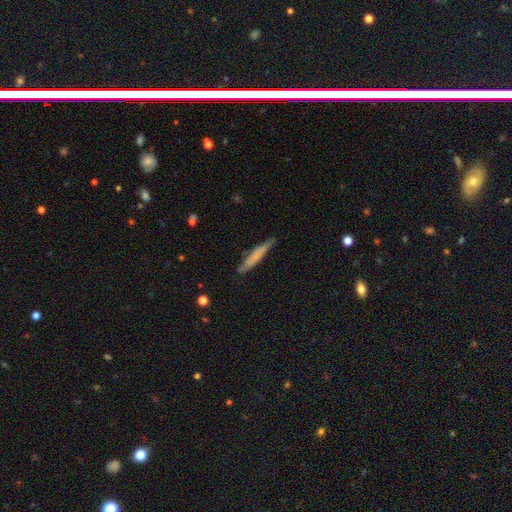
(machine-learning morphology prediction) The model was most divided on "smooth or featured": smooth: 64%, featured or disk: 29%, star or artifact: 6%. More confident: how rounded — cigar-shaped (93%); merging — none (78%).